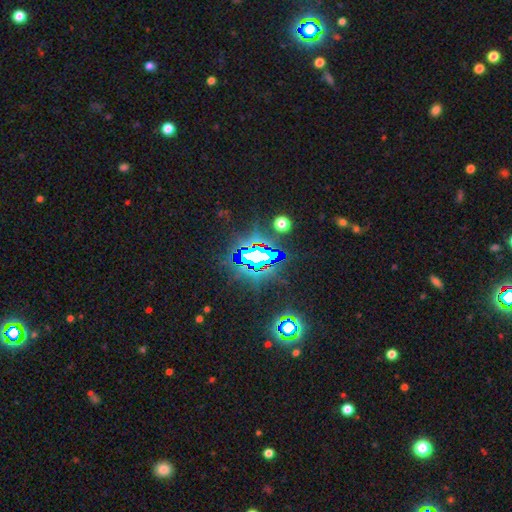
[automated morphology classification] Smooth or featured? Predicted: star or artifact (p=0.77).